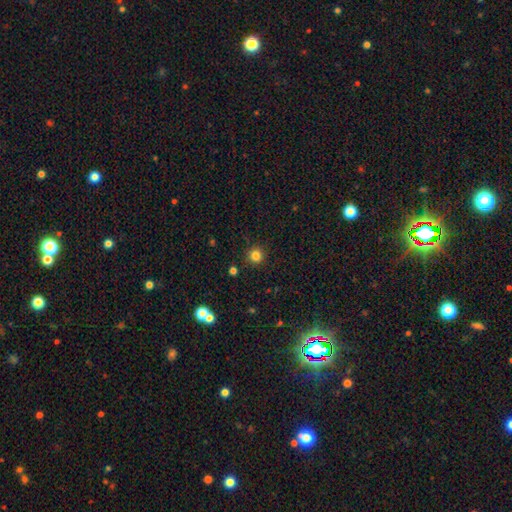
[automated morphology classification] The model was most divided on "smooth or featured": smooth: 82%, star or artifact: 13%, featured or disk: 5%. More confident: how rounded — round (94%); merging — none (90%).